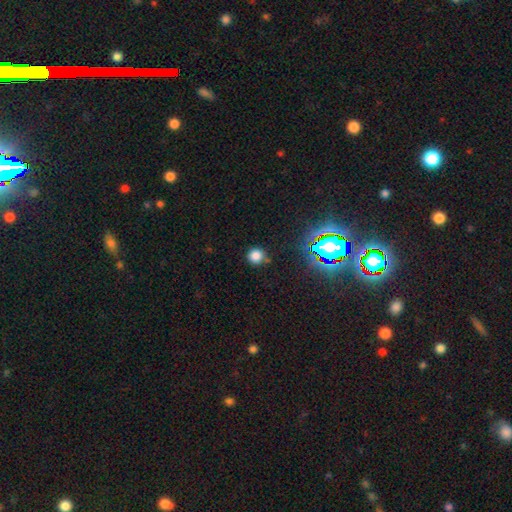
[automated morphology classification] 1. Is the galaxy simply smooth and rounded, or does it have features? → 75% smooth, 19% star or artifact, 6% featured or disk.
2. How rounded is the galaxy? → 93% round, 6% in between, 1% cigar-shaped.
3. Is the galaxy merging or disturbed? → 82% none, 11% minor disturbance, 4% merger, 3% major disturbance.